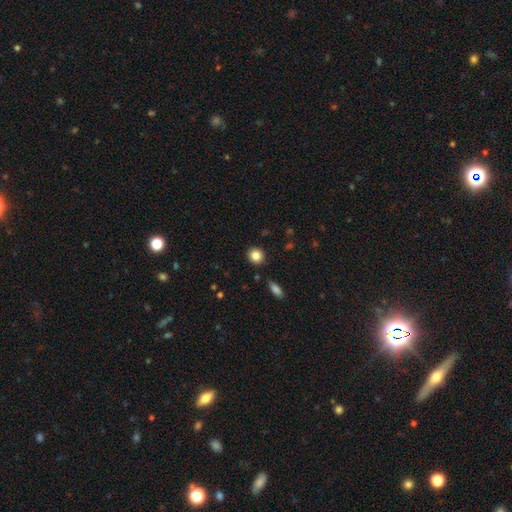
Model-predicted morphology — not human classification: Q: Smooth or featured?
A: smooth (85%); runner-up: star or artifact (10%)
Q: How rounded?
A: round (86%); runner-up: in between (13%)
Q: Merging?
A: none (89%); runner-up: minor disturbance (7%)